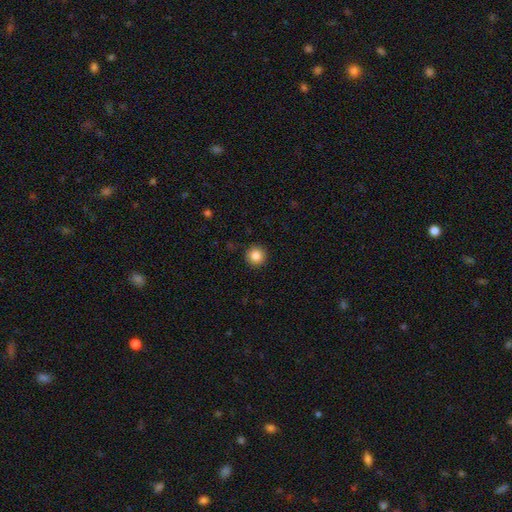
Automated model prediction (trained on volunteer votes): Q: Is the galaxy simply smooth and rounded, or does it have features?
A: smooth — 85%.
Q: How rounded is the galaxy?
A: round — 95%.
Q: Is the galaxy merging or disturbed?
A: none — 92%.